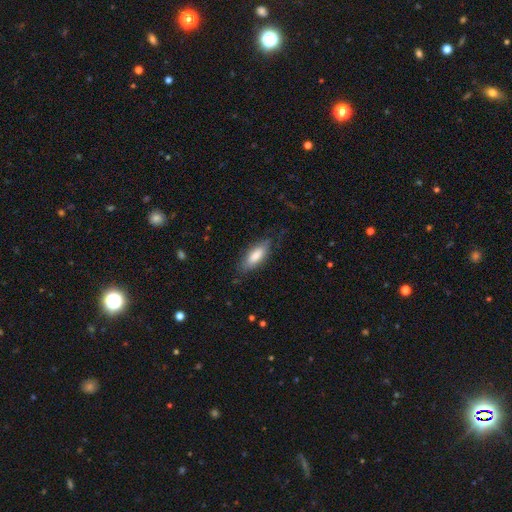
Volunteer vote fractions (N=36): This is likely a smooth galaxy (75%). How rounded: clearly in between (85%). Merging: likely none (77%).